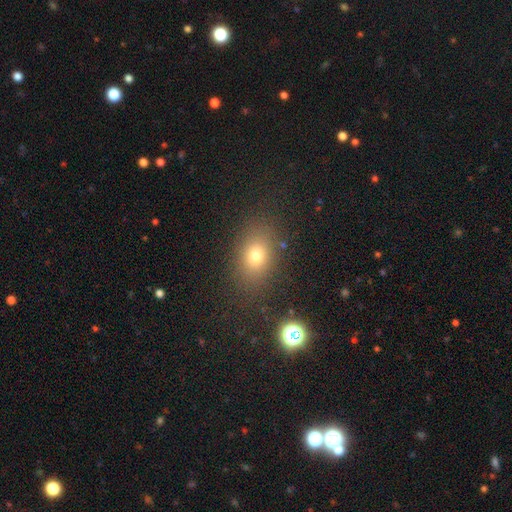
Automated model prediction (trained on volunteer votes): Smooth or featured? Predicted: smooth (p=0.72). How rounded? Predicted: in between (p=0.72). Merging? Predicted: none (p=0.84).